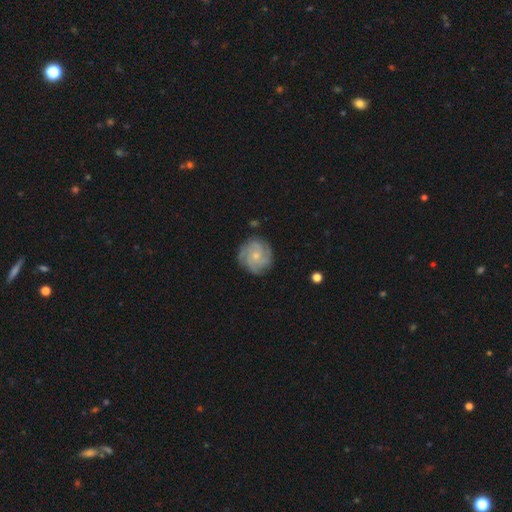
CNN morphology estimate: A featured or disk galaxy (76%) with no bar (76%), 4 (26%, tied with can't tell) tight (64%) spiral arms (95%) and a small central bulge (60%). Merging: none (81%).